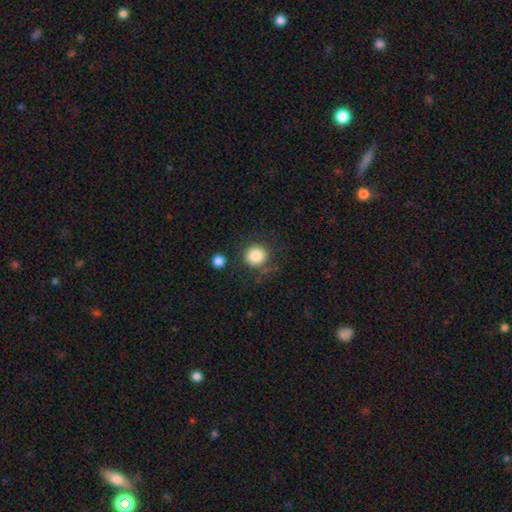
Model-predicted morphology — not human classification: Smooth or featured?
  - smooth: 84% *
  - star or artifact: 9%
  - featured or disk: 6%
How rounded?
  - round: 92% *
  - in between: 7%
  - cigar-shaped: 1%
Merging?
  - none: 79% *
  - minor disturbance: 11%
  - merger: 5%
  - major disturbance: 5%